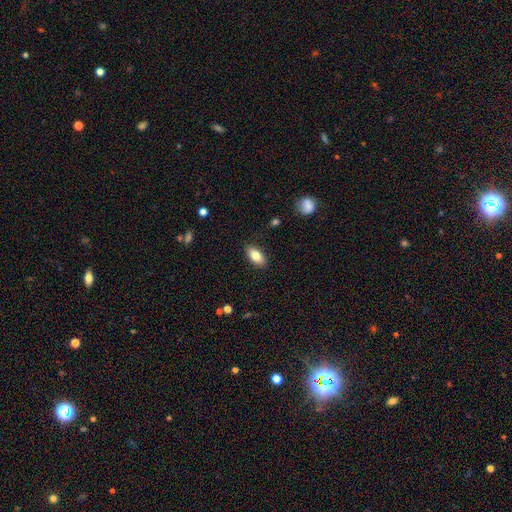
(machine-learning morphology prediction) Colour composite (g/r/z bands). It shows a smooth galaxy with no disk features (81%) that is in between round and cigar-shaped (90%). Merging: none (88%).